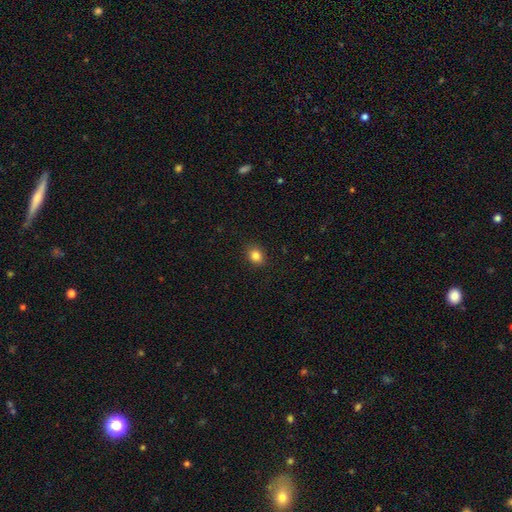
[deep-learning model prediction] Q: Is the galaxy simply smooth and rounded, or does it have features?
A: smooth — 84%.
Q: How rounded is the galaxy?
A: round — 61%.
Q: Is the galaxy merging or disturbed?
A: none — 90%.